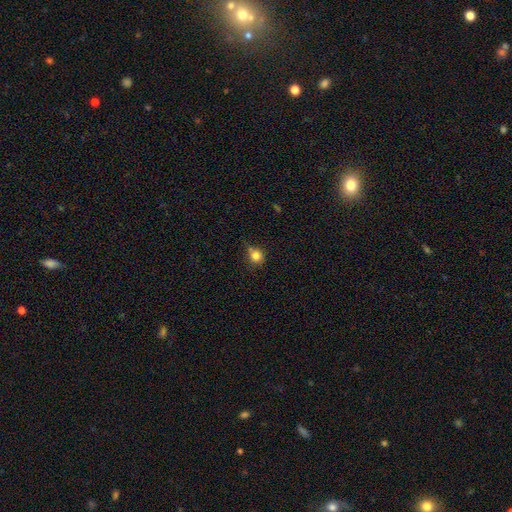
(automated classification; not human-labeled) Smooth or featured: smooth — 81% (star or artifact — 12%)
How rounded: round — 84% (in between — 15%)
Merging: none — 58% (minor disturbance — 30%)